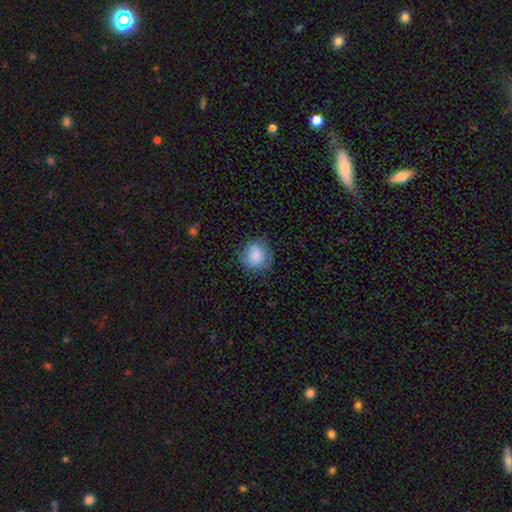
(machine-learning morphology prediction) Smooth or featured?
  - smooth: 84% *
  - featured or disk: 9%
  - star or artifact: 8%
How rounded?
  - round: 79% *
  - in between: 20%
  - cigar-shaped: 1%
Merging?
  - none: 71% *
  - minor disturbance: 21%
  - major disturbance: 6%
  - merger: 1%